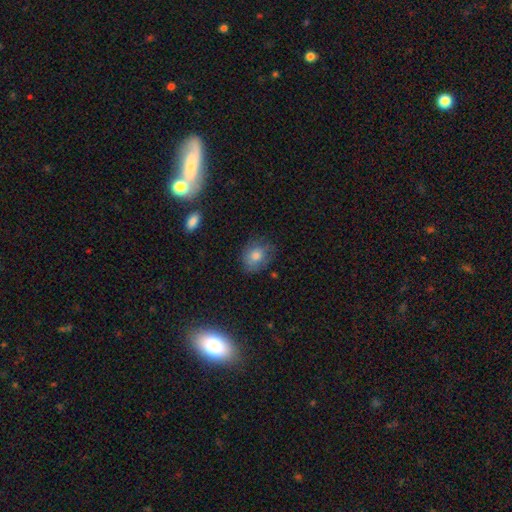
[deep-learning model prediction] Overall: smooth (75%). How rounded: round (56%; in between 43%). Merging: none (69%).